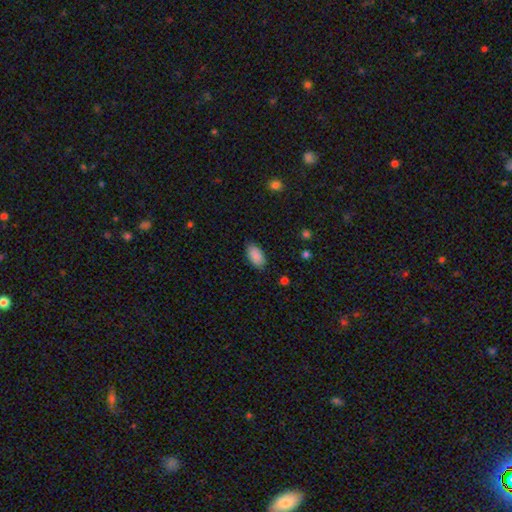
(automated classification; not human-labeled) This appears to be a smooth galaxy with no disk features (89%) that is in between round and cigar-shaped (94%). Merging: none (86%).